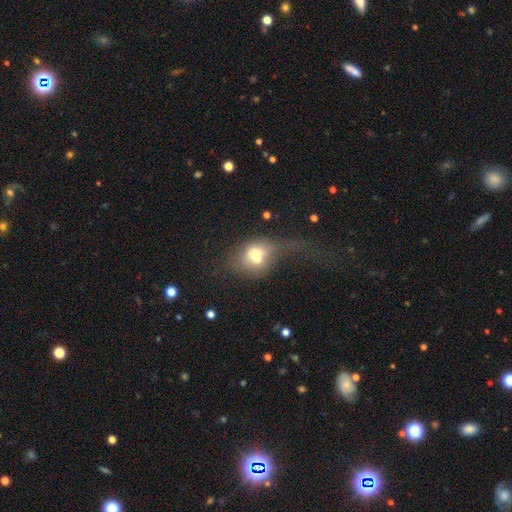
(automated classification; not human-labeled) Smooth or featured? Predicted: smooth (p=0.61). How rounded? Predicted: in between (p=0.65). Merging? Predicted: major disturbance (p=0.34).